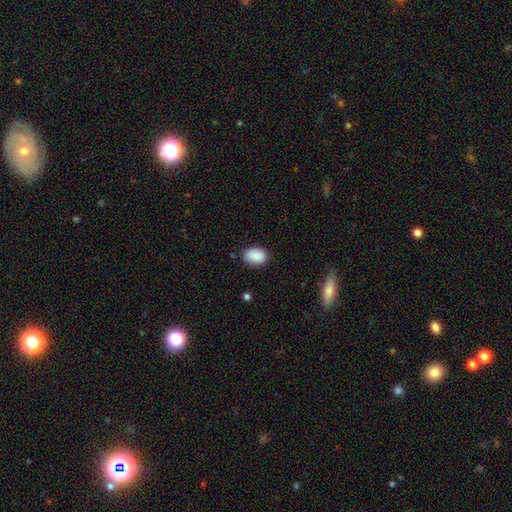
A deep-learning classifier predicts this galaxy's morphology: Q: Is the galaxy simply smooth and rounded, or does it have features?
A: smooth — 89%.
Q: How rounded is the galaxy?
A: in between — 83%.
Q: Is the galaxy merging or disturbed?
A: none — 80%.